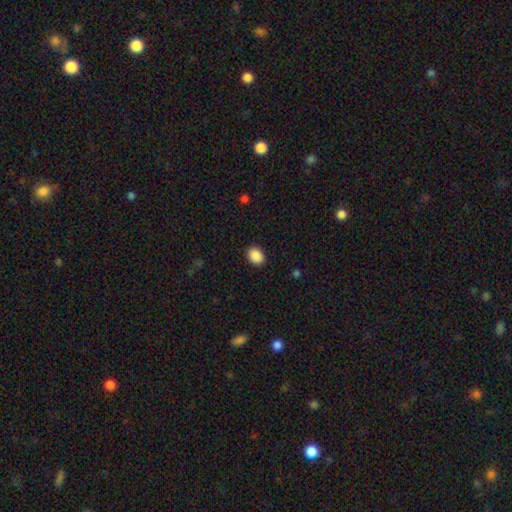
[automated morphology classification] This is clearly a smooth galaxy (90%). How rounded: possibly in between (60%). Merging: clearly none (90%).